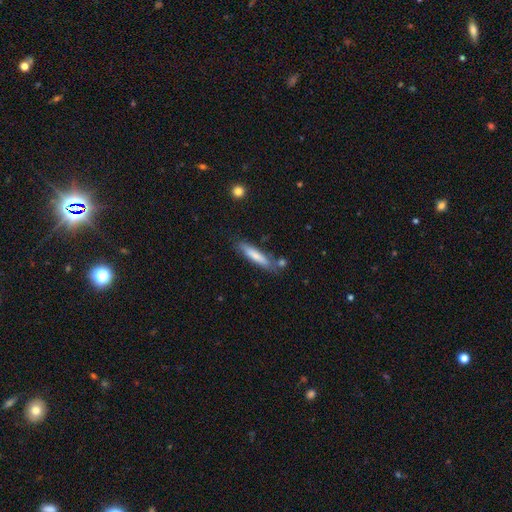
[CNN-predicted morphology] Smooth or featured?
  - smooth: 72% *
  - featured or disk: 22%
  - star or artifact: 6%
How rounded?
  - cigar-shaped: 87% *
  - in between: 11%
  - round: 1%
Merging?
  - none: 75% *
  - minor disturbance: 15%
  - merger: 7%
  - major disturbance: 3%